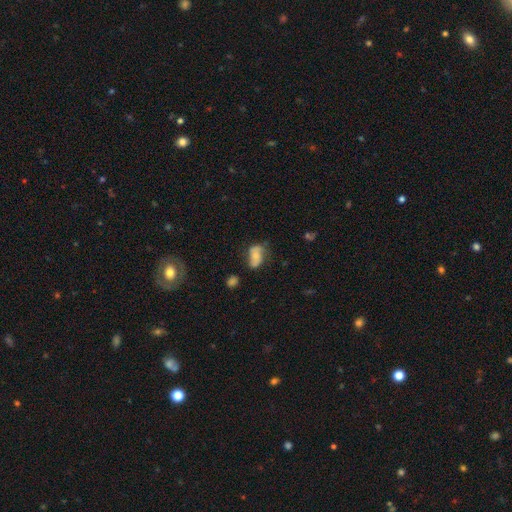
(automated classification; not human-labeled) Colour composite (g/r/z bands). It shows a smooth galaxy with no disk features (50%) that is in between round and cigar-shaped (88%). Merging: none (52%).